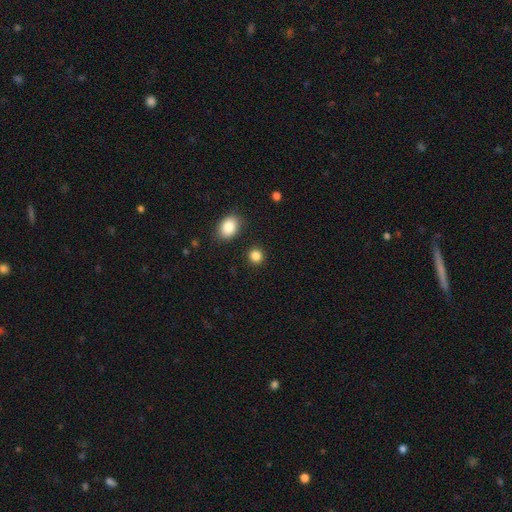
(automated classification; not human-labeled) Smooth or featured?
  - smooth: 85% *
  - star or artifact: 11%
  - featured or disk: 4%
How rounded?
  - round: 85% *
  - in between: 14%
  - cigar-shaped: 1%
Merging?
  - none: 89% *
  - minor disturbance: 6%
  - merger: 3%
  - major disturbance: 2%